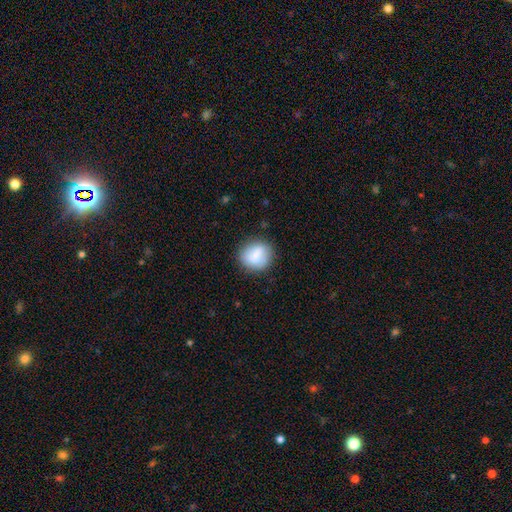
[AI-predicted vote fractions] smooth_or_featured: smooth (p=0.76) [alt: featured or disk p=0.17]
how_rounded: round (p=0.79) [alt: in between p=0.20]
merging: none (p=0.80) [alt: minor disturbance p=0.14]